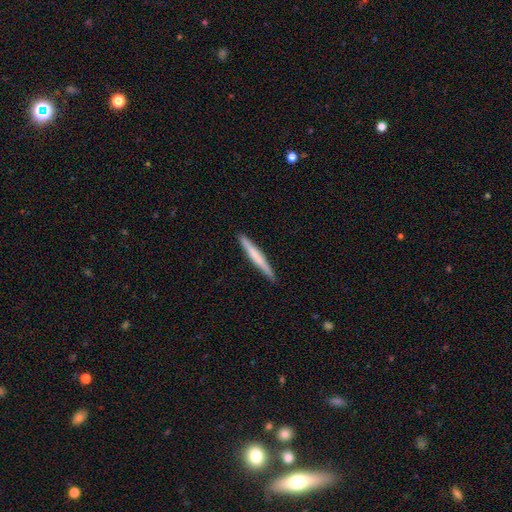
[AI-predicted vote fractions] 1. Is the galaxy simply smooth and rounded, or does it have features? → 61% smooth, 33% featured or disk, 5% star or artifact.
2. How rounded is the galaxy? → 96% cigar-shaped, 2% in between, 1% round.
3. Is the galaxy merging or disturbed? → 91% none, 7% minor disturbance, 1% major disturbance, 1% merger.